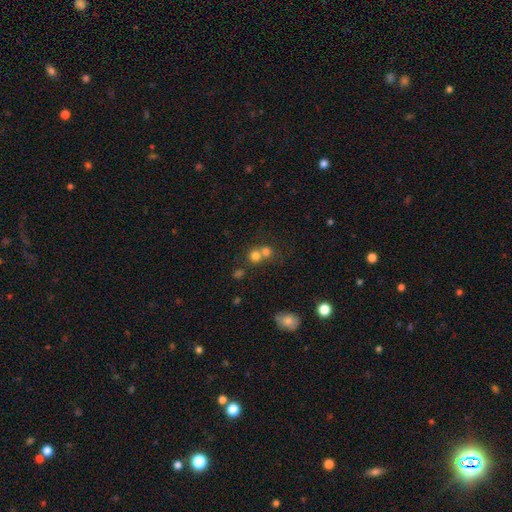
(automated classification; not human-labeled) smooth_or_featured: smooth (p=0.74) [alt: star or artifact p=0.15]
how_rounded: round (p=0.84) [alt: in between p=0.15]
merging: merger (p=0.50) [alt: none p=0.41]